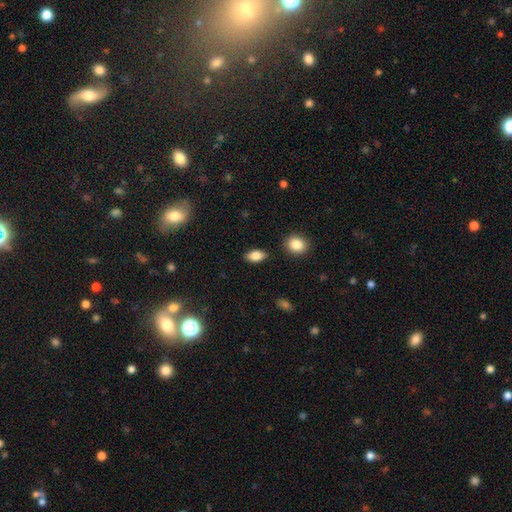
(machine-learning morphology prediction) This appears to be a smooth galaxy with no disk features (84%) that is in between round and cigar-shaped (91%). Merging: none (87%).